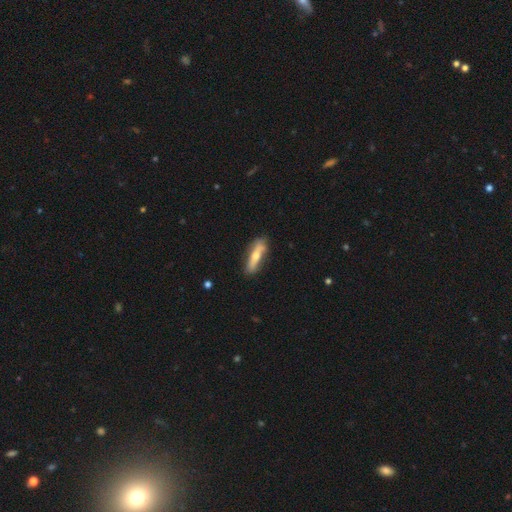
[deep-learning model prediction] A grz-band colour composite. It shows a featured or disk galaxy (49%). Merging: none (79%).